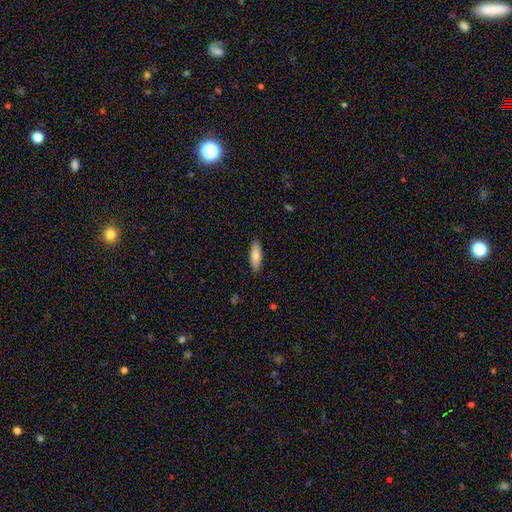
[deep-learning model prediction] Smooth or featured: smooth — 77% (featured or disk — 17%)
How rounded: in between — 53% (cigar-shaped — 45%)
Merging: none — 89% (minor disturbance — 8%)